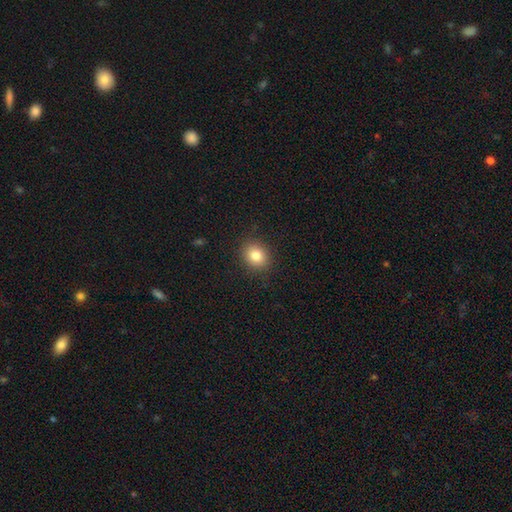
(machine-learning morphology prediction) A smooth galaxy with no disk features (82%) that is round (61%). Merging: none (89%).